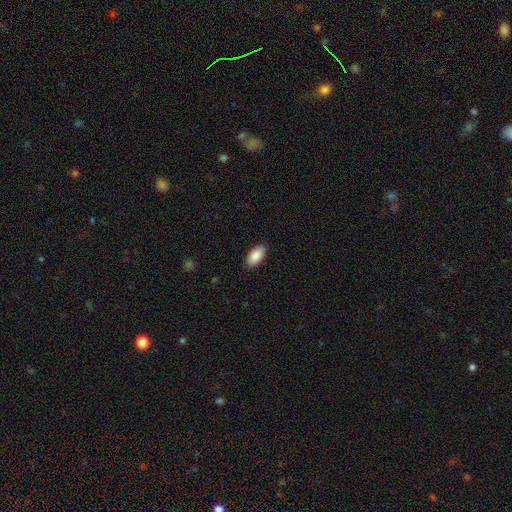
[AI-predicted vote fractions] Smooth or featured? Predicted: smooth (p=0.89). How rounded? Predicted: in between (p=0.95). Merging? Predicted: none (p=0.88).